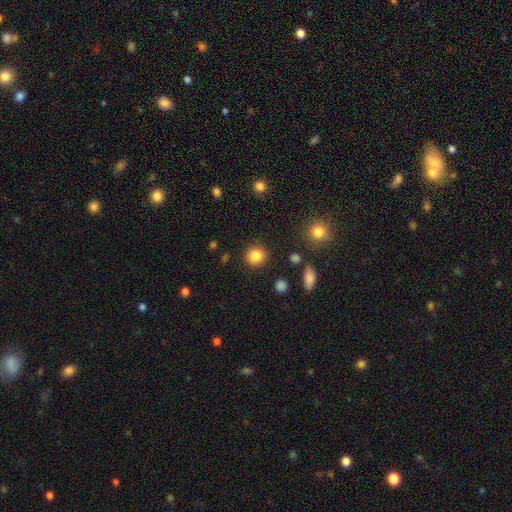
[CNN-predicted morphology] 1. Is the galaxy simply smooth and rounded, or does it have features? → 85% smooth, 10% star or artifact, 5% featured or disk.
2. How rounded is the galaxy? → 89% round, 10% in between, 1% cigar-shaped.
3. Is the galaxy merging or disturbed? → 88% none, 7% minor disturbance, 3% major disturbance, 2% merger.